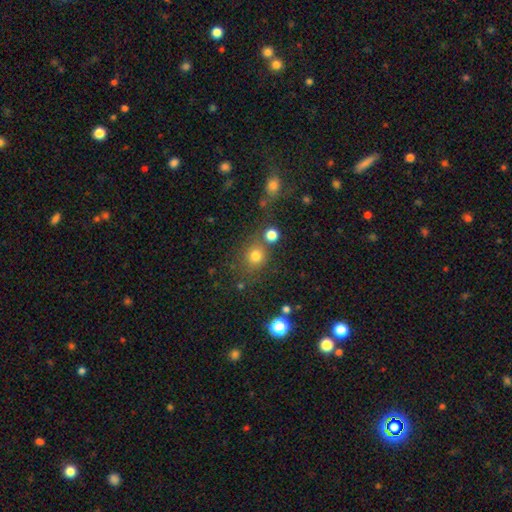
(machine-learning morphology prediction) Overall: smooth (76%). How rounded: round (82%). Merging: none (68%).